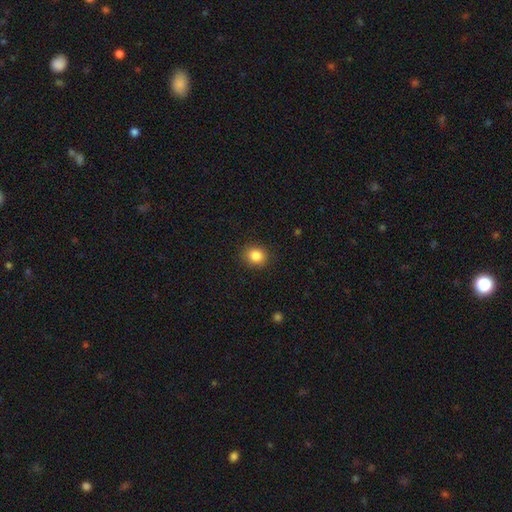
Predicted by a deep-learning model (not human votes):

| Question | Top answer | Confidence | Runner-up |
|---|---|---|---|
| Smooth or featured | smooth | 85% | star or artifact (10%) |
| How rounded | round | 77% | in between (22%) |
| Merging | none | 89% | minor disturbance (8%) |